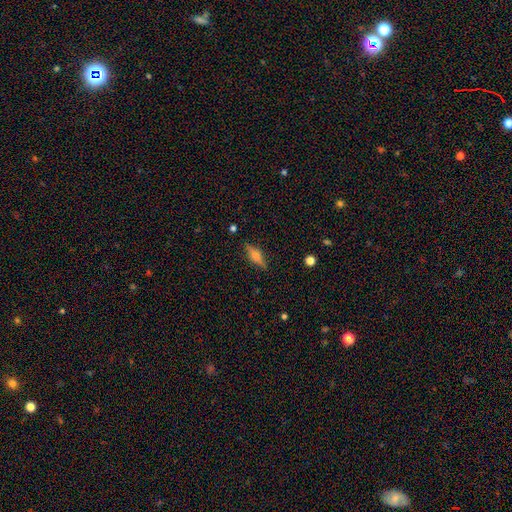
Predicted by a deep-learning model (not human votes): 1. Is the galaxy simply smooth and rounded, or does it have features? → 53% featured or disk, 38% smooth, 9% star or artifact.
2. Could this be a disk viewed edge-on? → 94% yes, 6% no.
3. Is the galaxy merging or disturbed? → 86% none, 10% minor disturbance, 3% major disturbance, 1% merger.